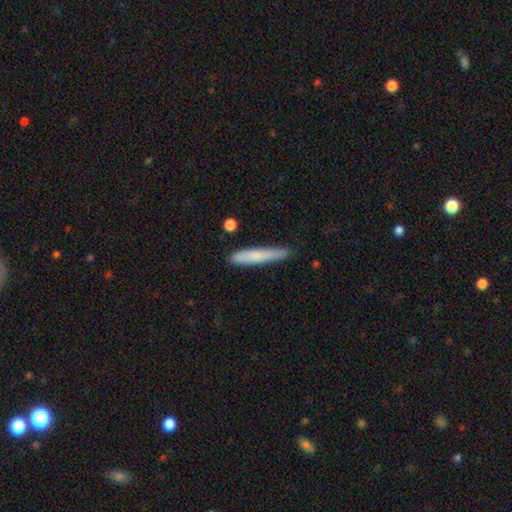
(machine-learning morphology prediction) A smooth galaxy with no disk features (72%) that is cigar-shaped (94%). Merging: none (81%).